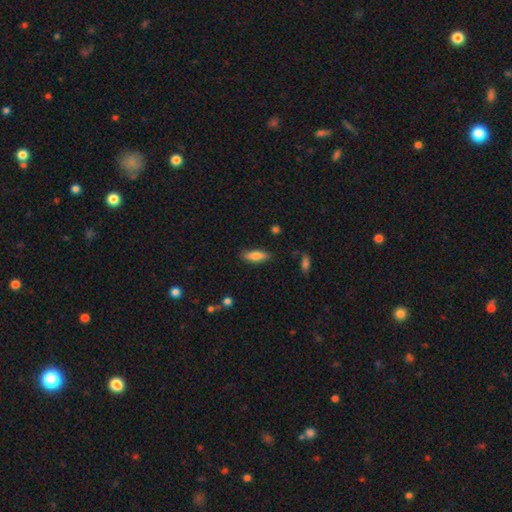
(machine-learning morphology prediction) smooth_or_featured: smooth (p=0.76) [alt: featured or disk p=0.18]
how_rounded: in between (p=0.59) [alt: cigar-shaped p=0.39]
merging: none (p=0.82) [alt: minor disturbance p=0.14]